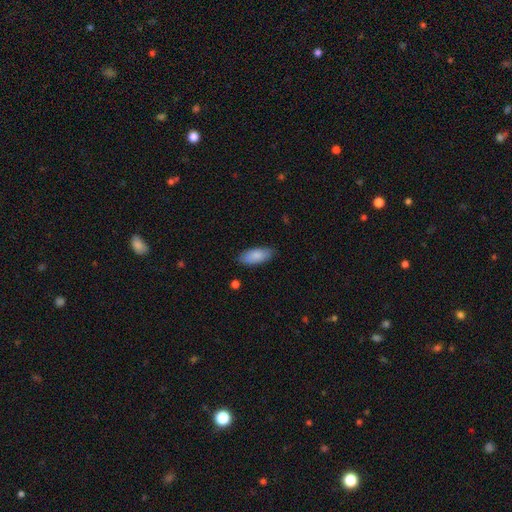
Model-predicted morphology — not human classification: The model was most divided on "merging": none: 83%, minor disturbance: 13%, major disturbance: 2%, merger: 1%. More confident: how rounded — in between (86%); smooth or featured — smooth (86%).